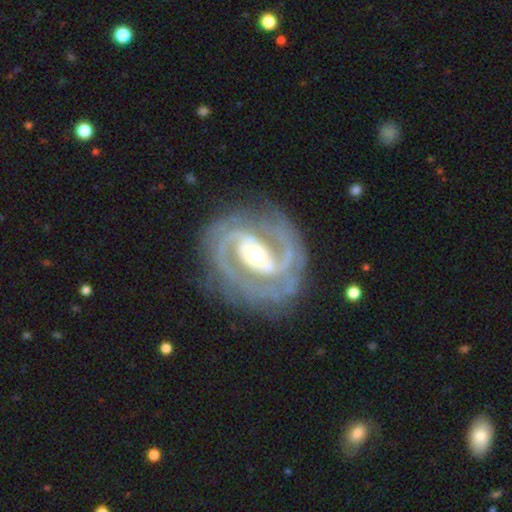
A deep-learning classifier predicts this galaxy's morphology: Smooth or featured? featured or disk (92%)
Edge-on disk? no (97%)
Bar? strong (40%)
Spiral arms? yes (98%)
Spiral winding? tight (50%)
Spiral arm count? 2 (76%)
Bulge size? moderate (63%)
Merging? none (78%)